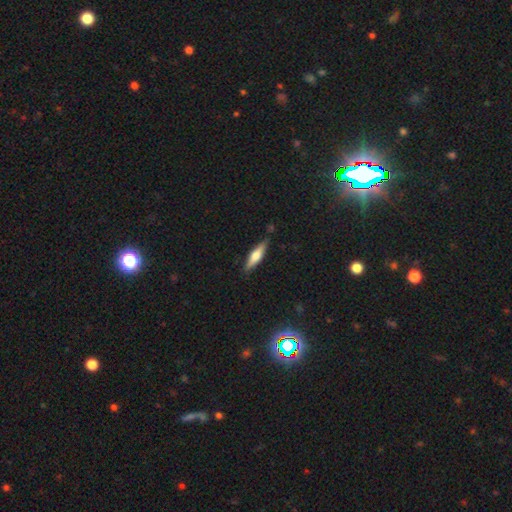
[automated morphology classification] type=featured or disk (48%); merging=none (85%).